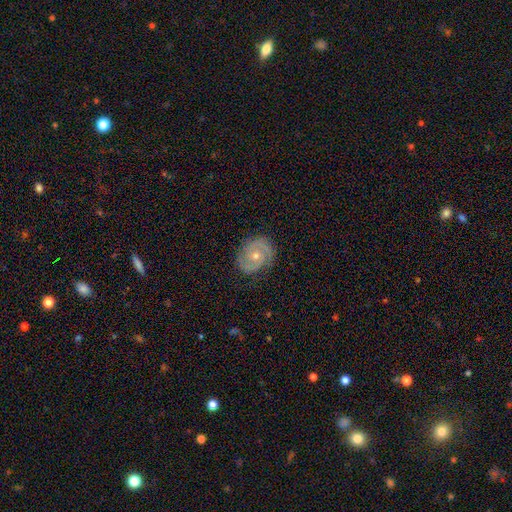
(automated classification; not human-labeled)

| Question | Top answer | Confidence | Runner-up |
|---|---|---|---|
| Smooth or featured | featured or disk | 86% | smooth (8%) |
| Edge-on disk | no | 98% | yes (2%) |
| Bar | no | 71% | weak (24%) |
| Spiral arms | yes | 97% | no (3%) |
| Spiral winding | tight | 59% | medium (36%) |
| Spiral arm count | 2 | 86% | 3 (5%) |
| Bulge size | moderate | 51% | small (46%) |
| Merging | none | 85% | minor disturbance (11%) |